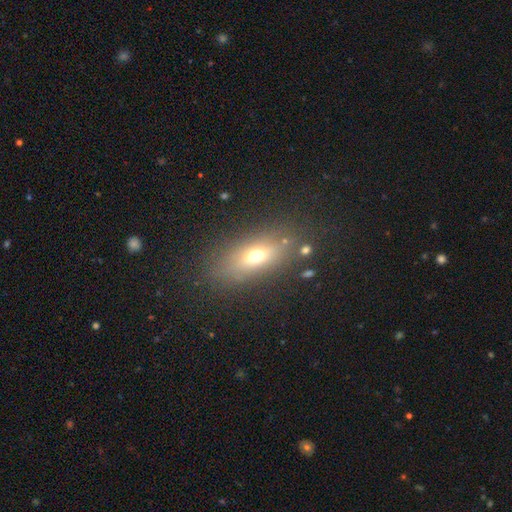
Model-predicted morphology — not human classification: Overall: smooth (62%; featured or disk 24%). How rounded: in between (70%). Merging: none (78%).